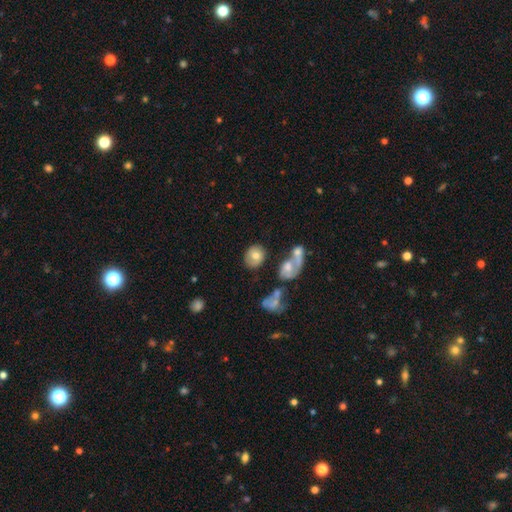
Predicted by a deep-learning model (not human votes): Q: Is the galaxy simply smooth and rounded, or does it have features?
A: smooth — 70%.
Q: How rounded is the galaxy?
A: round — 59%.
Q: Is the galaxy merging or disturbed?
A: none — 63%.